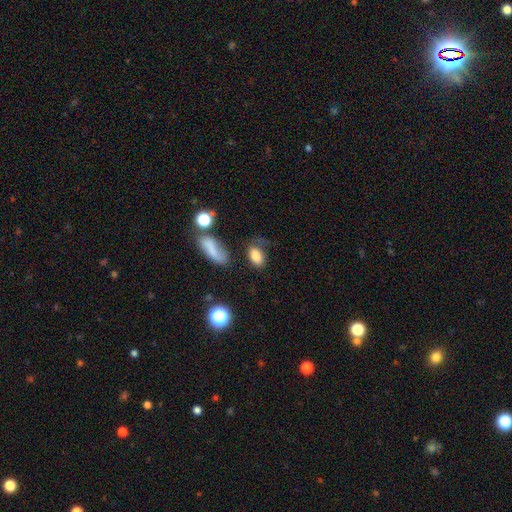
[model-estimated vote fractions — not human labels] smooth_or_featured: smooth (p=0.81) [alt: star or artifact p=0.10]
how_rounded: in between (p=0.89) [alt: round p=0.09]
merging: none (p=0.52) [alt: minor disturbance p=0.24]